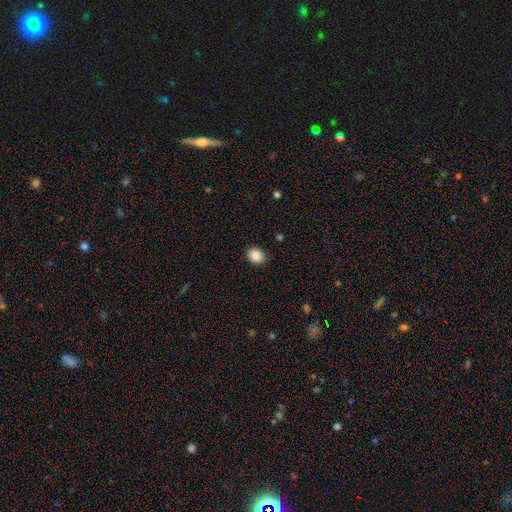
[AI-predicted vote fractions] A smooth galaxy with no disk features (88%) that is round (64%).

Vote fractions:
- Smooth or featured? smooth: 88% / star or artifact: 9% / featured or disk: 3%
- How rounded? round: 64% / in between: 35% / cigar-shaped: 1%
- Merging? none: 89% / minor disturbance: 8% / major disturbance: 2% / merger: 1%